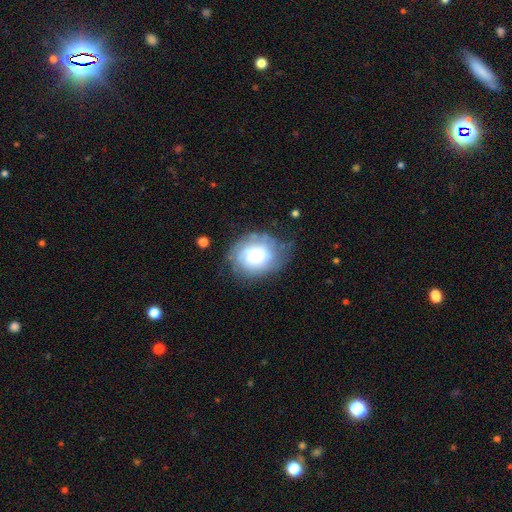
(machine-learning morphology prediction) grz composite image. It shows a smooth galaxy with no disk features (50%) that is round (61%). Merging: none (56%).